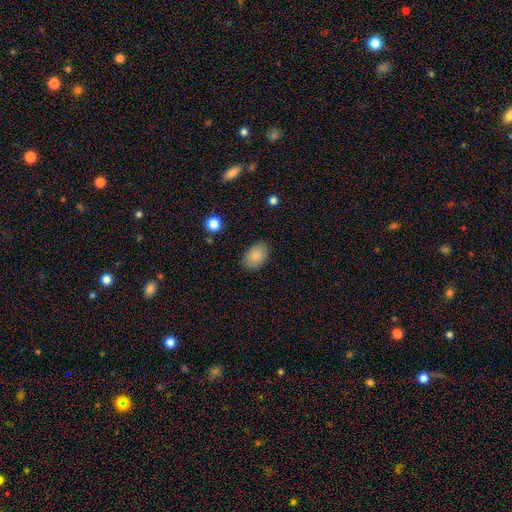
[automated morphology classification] Overall: smooth (87%). How rounded: in between (88%). Merging: none (83%).